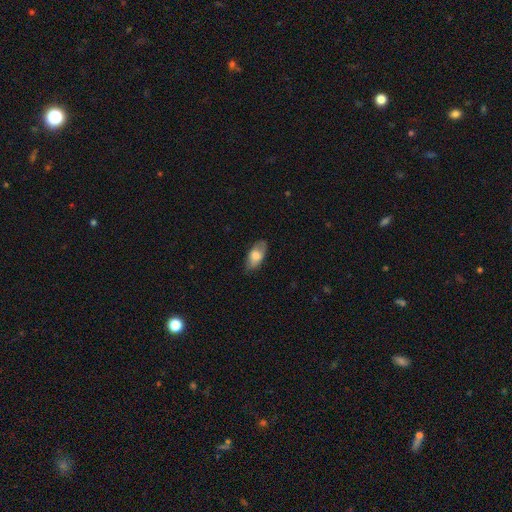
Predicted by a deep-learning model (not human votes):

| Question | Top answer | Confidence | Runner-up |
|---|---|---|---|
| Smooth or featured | smooth | 69% | featured or disk (24%) |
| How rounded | in between | 89% | cigar-shaped (7%) |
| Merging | none | 76% | minor disturbance (18%) |